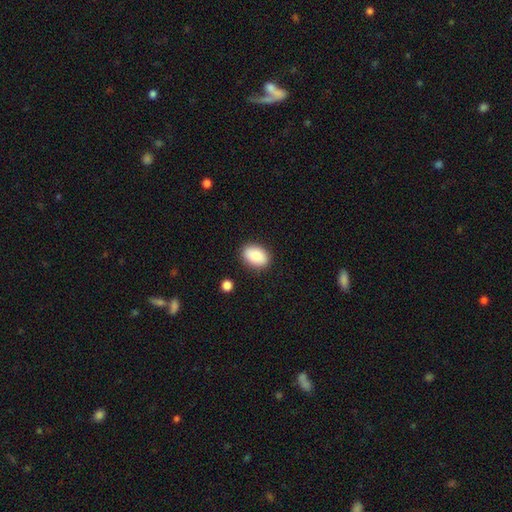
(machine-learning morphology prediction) Smooth or featured: smooth — 88% (star or artifact — 7%)
How rounded: in between — 85% (round — 14%)
Merging: none — 87% (minor disturbance — 9%)